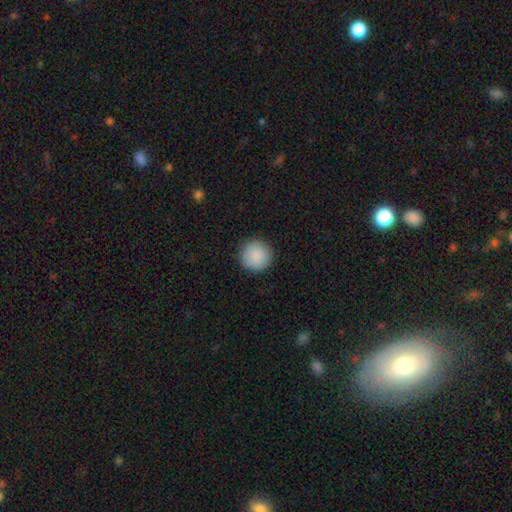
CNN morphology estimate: A smooth galaxy with no disk features (90%) that is round (95%).

Vote fractions:
- Smooth or featured? smooth: 90% / star or artifact: 7% / featured or disk: 4%
- How rounded? round: 95% / in between: 4% / cigar-shaped: 1%
- Merging? none: 91% / minor disturbance: 6% / major disturbance: 2% / merger: 1%